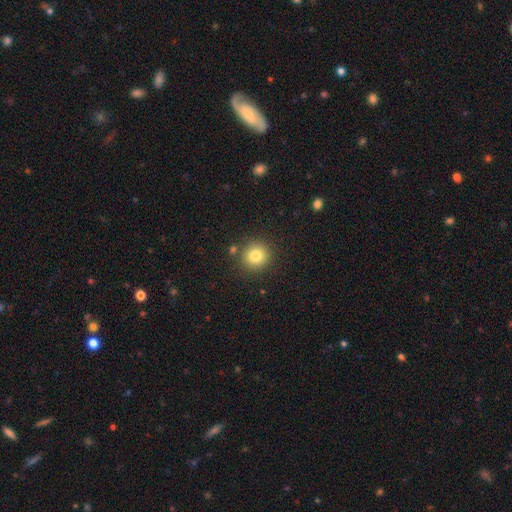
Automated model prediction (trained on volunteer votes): smooth 80%, star or artifact 12%, featured or disk 8%. Down the decision tree: how rounded — round (92%); merging — none (86%).